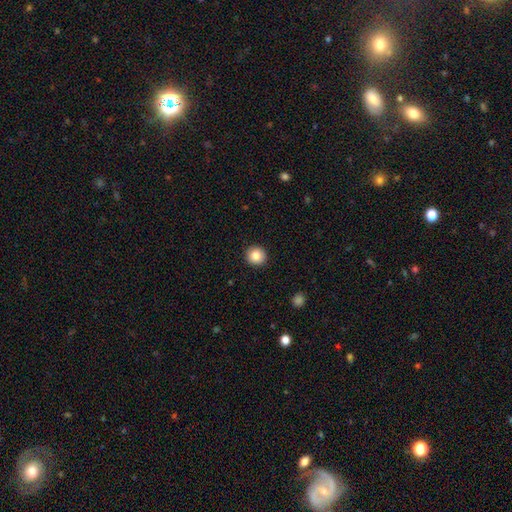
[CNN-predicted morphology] The model was most divided on "smooth or featured": smooth: 84%, star or artifact: 10%, featured or disk: 6%. More confident: how rounded — round (95%); merging — none (93%).